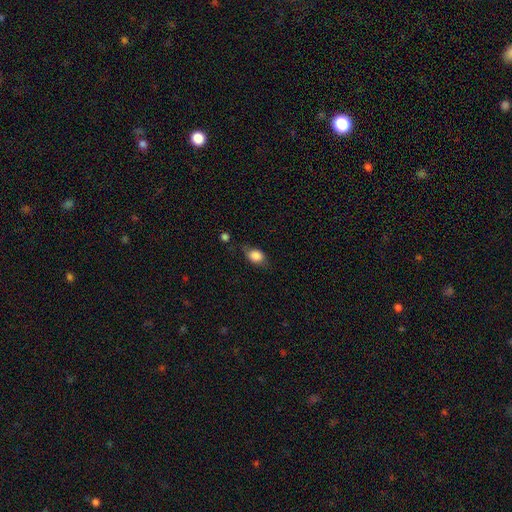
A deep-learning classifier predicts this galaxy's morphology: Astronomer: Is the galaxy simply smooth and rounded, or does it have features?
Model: smooth — 81%.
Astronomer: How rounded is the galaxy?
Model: in between — 68%.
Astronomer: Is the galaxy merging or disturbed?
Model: none — 60%.